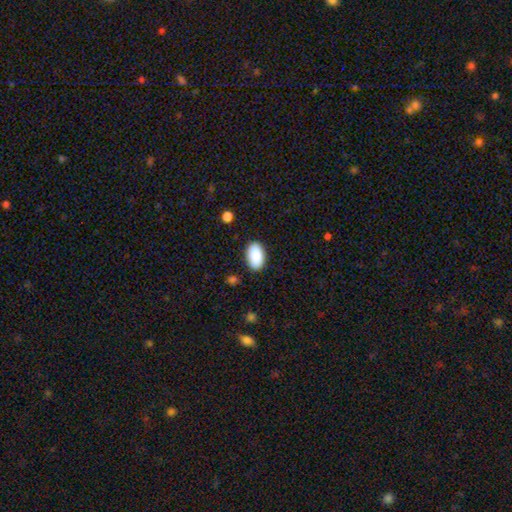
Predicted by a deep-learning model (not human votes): Morphology: type=smooth (90%); roundness=in between (94%); merging=none (88%).